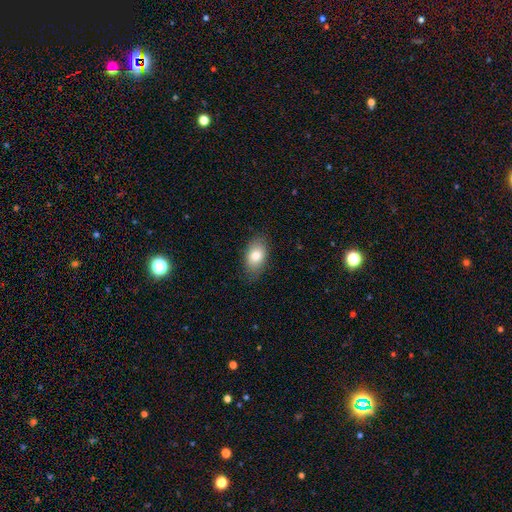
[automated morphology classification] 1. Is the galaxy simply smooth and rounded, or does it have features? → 81% smooth, 12% featured or disk, 7% star or artifact.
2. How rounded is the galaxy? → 89% in between, 9% round, 2% cigar-shaped.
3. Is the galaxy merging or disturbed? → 82% none, 14% minor disturbance, 3% major disturbance, 1% merger.